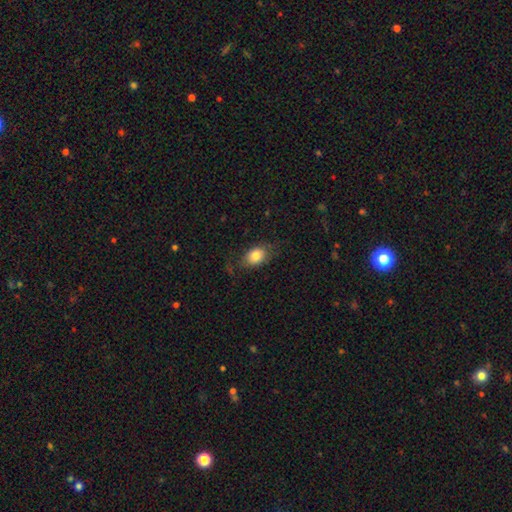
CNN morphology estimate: Smooth or featured? Predicted: smooth (p=0.76). How rounded? Predicted: in between (p=0.77). Merging? Predicted: none (p=0.69).